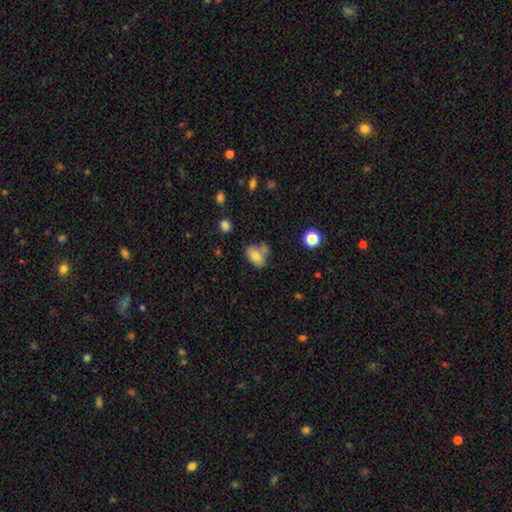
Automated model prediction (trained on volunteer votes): A smooth galaxy with no disk features (77%) that is in between round and cigar-shaped (83%). Merging: none (50%).